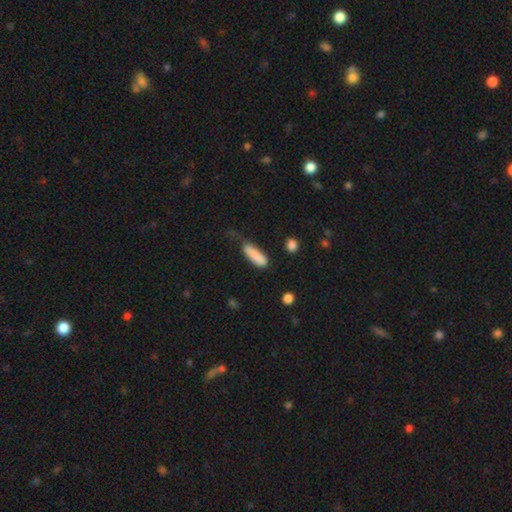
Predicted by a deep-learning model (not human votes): This is clearly a smooth galaxy (85%). How rounded: possibly in between (51%). Merging: marginally minor disturbance (37%).